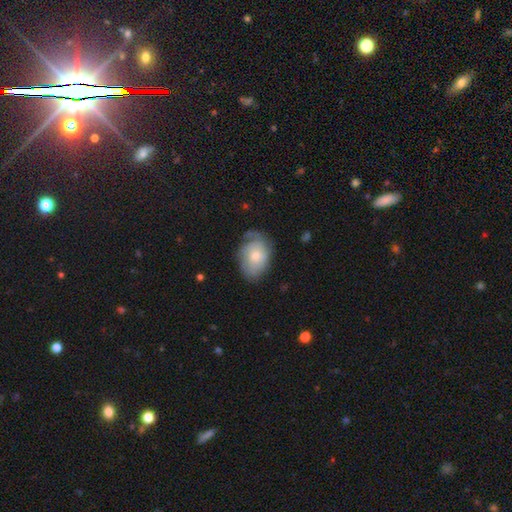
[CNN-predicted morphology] Q: Smooth or featured?
A: smooth (48%); runner-up: featured or disk (45%)
Q: Merging?
A: none (59%); runner-up: minor disturbance (27%)